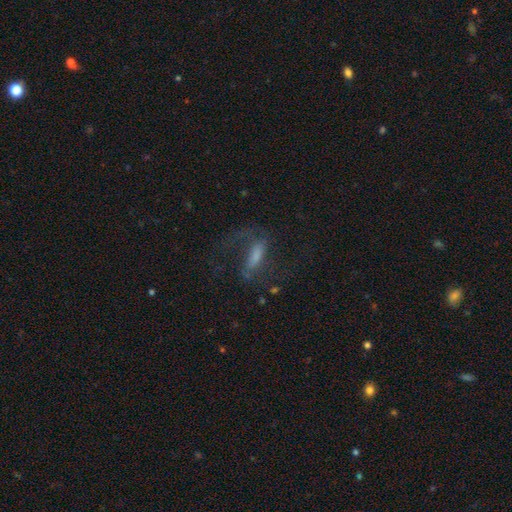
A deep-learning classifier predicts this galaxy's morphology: A featured or disk galaxy (53%). Merging: none (49%).